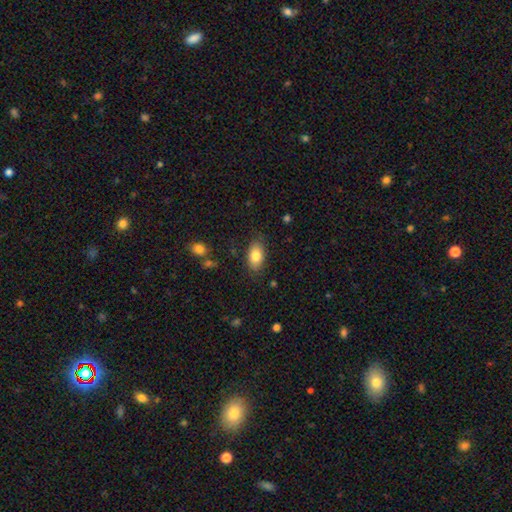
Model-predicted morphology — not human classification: This appears to be a smooth galaxy with no disk features (81%) that is in between round and cigar-shaped (91%). Merging: none (81%).